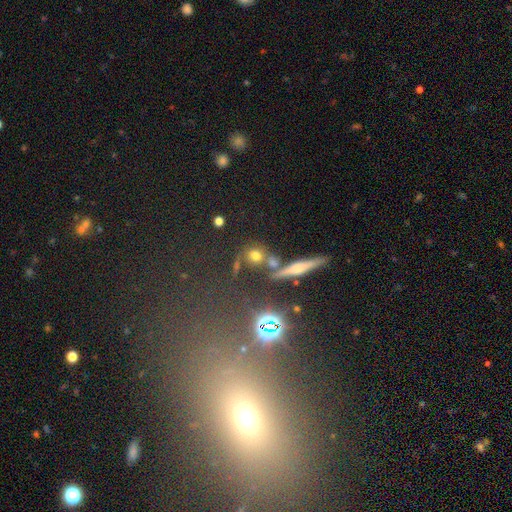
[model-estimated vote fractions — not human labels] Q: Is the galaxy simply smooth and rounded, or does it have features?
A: smooth — 64%.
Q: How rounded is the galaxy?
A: round — 77%.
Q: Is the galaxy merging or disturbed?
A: none — 69%.